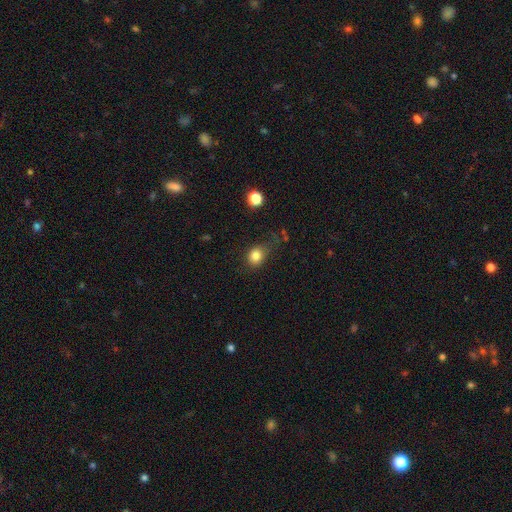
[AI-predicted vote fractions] The model was most divided on "how rounded": round: 65%, in between: 34%, cigar-shaped: 1%. More confident: smooth or featured — smooth (82%); merging — none (61%).